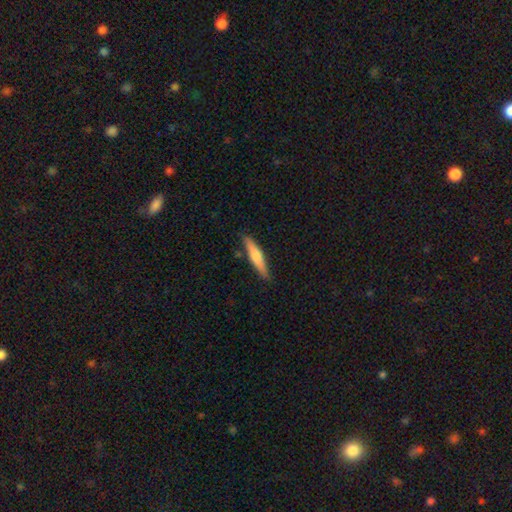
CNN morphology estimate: The model was most divided on "smooth or featured": smooth: 59%, featured or disk: 35%, star or artifact: 5%. More confident: how rounded — cigar-shaped (88%); merging — none (86%).